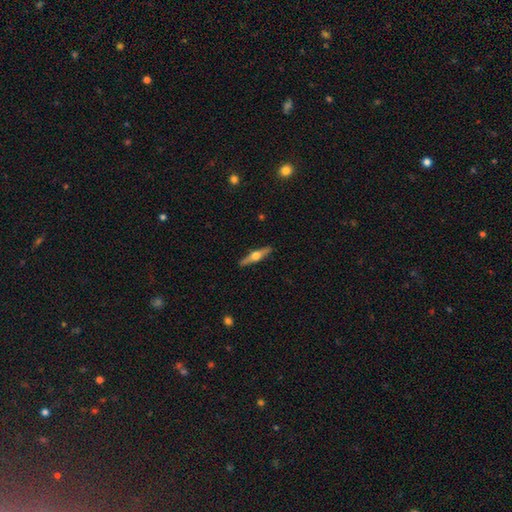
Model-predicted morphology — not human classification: Q: Smooth or featured?
A: featured or disk (69%); runner-up: smooth (26%)
Q: Edge-on disk?
A: yes (97%); runner-up: no (3%)
Q: Edge-on bulge?
A: rounded (96%); runner-up: boxy (3%)
Q: Merging?
A: none (91%); runner-up: minor disturbance (7%)